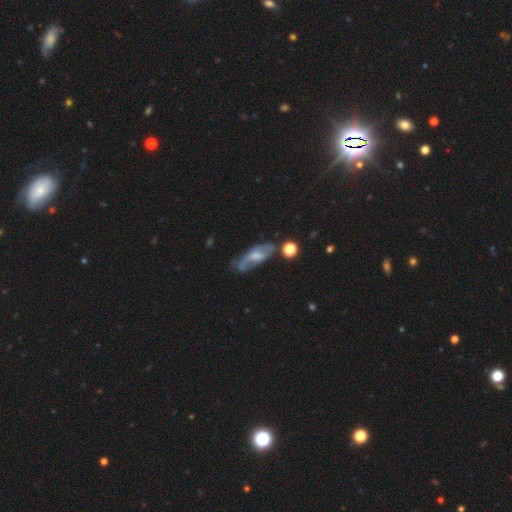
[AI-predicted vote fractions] Smooth or featured?
  - featured or disk: 59% *
  - smooth: 34%
  - star or artifact: 8%
Edge-on disk?
  - no: 76% *
  - yes: 24%
Merging?
  - none: 56% *
  - minor disturbance: 26%
  - major disturbance: 11%
  - merger: 7%